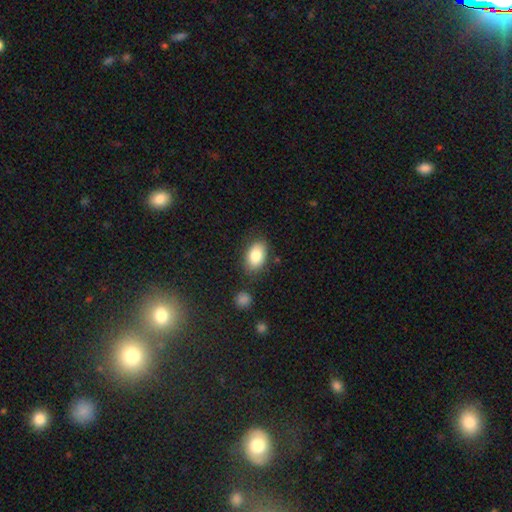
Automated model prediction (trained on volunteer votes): The model was most divided on "merging": none: 79%, minor disturbance: 13%, merger: 4%, major disturbance: 3%. More confident: how rounded — in between (90%); smooth or featured — smooth (84%).